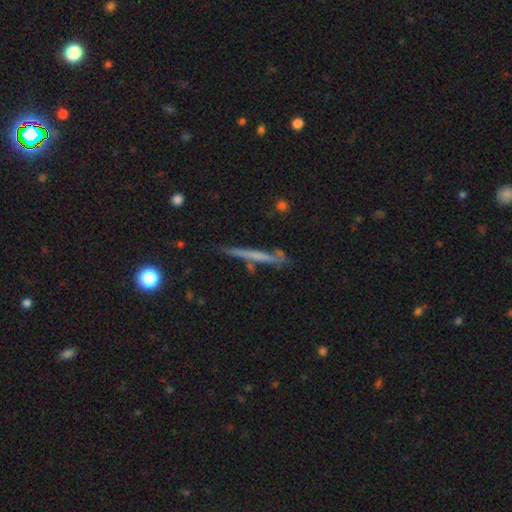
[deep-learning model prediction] smooth-or-featured: featured or disk: 50% | smooth: 43% | star or artifact: 7%
  merging: none: 75% | minor disturbance: 17% | merger: 5% | major disturbance: 4%